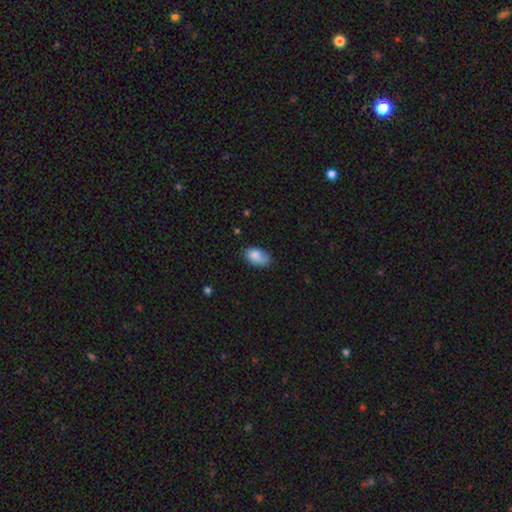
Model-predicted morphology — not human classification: Overall: smooth (84%). How rounded: in between (92%). Merging: none (62%; minor disturbance 29%).